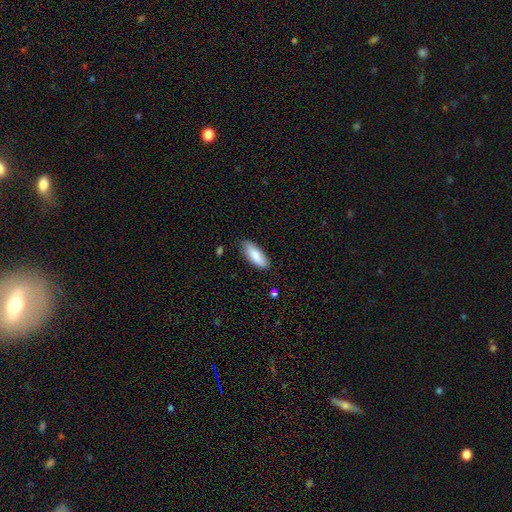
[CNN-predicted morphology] Q: Smooth or featured?
A: smooth (83%); runner-up: featured or disk (11%)
Q: How rounded?
A: in between (70%); runner-up: cigar-shaped (29%)
Q: Merging?
A: none (82%); runner-up: minor disturbance (14%)